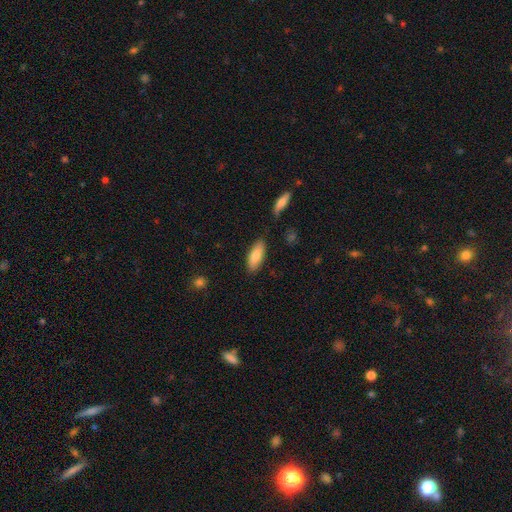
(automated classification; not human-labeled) This is clearly a smooth galaxy (83%). How rounded: likely in between (73%). Merging: clearly none (82%).